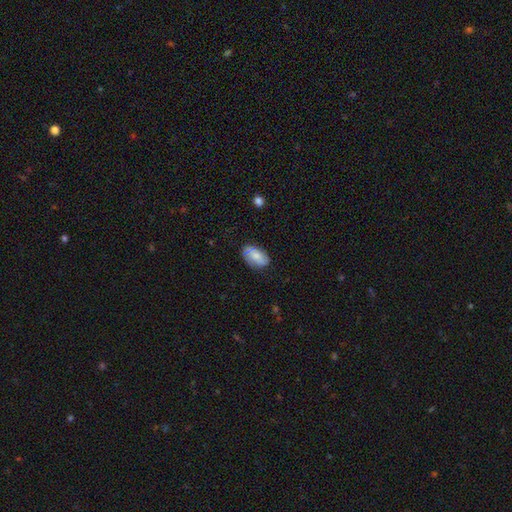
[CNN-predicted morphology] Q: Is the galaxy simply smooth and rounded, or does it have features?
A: smooth — 59%.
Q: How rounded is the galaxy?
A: in between — 91%.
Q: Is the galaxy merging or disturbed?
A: none — 72%.